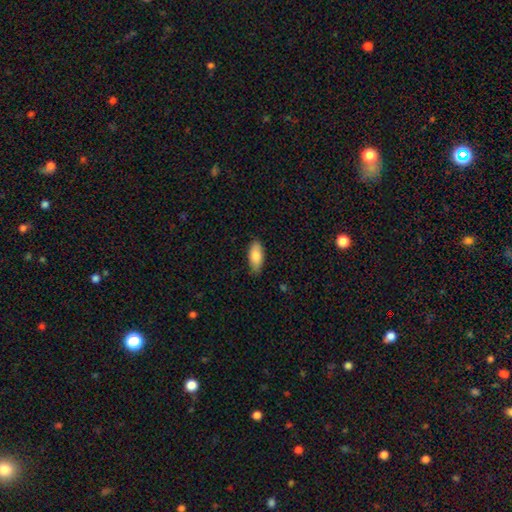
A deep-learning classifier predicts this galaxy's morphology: This appears to be a smooth galaxy with no disk features (84%) that is in between round and cigar-shaped (84%). Merging: none (84%).